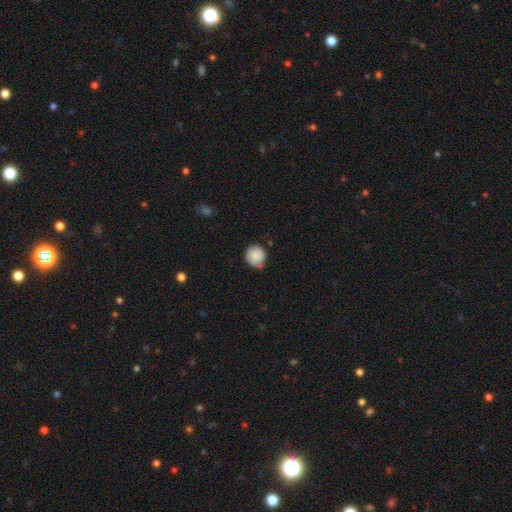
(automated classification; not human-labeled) A smooth galaxy with no disk features (84%) that is round (90%). Merging: none (68%).